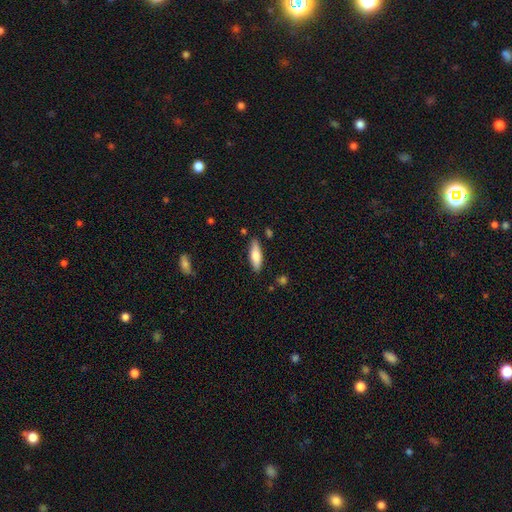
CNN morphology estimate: The model was most divided on "how rounded": in between: 50%, cigar-shaped: 48%, round: 2%. More confident: merging — none (85%); smooth or featured — smooth (71%).